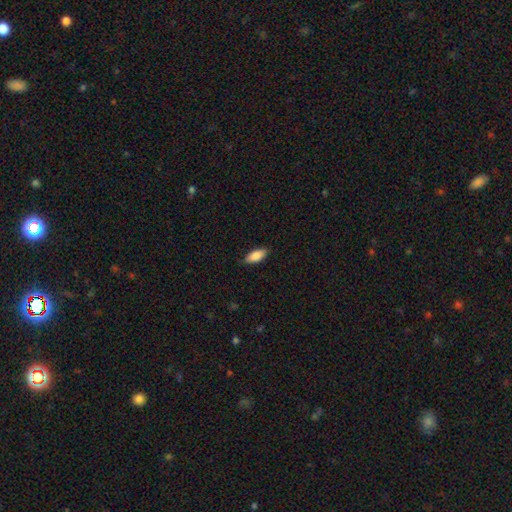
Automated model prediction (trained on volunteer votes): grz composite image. It shows a smooth galaxy with no disk features (85%) that is in between round and cigar-shaped (83%). Merging: none (84%).